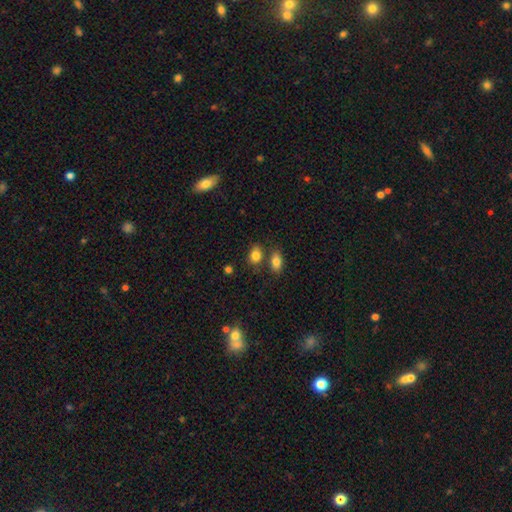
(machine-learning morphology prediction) This appears to be a smooth galaxy with no disk features (83%) that is in between round and cigar-shaped (76%). Merging: none (66%).